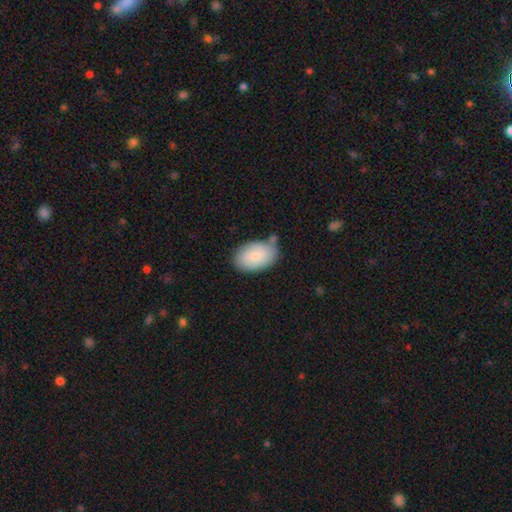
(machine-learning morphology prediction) A smooth galaxy with no disk features (86%) that is in between round and cigar-shaped (93%). Merging: none (70%).